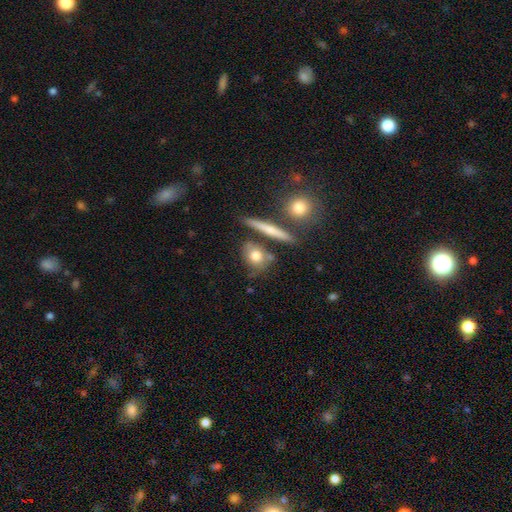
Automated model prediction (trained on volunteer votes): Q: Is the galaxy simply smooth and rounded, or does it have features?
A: smooth — 70%.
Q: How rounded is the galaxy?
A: round — 56%.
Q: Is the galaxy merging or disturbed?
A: none — 63%.